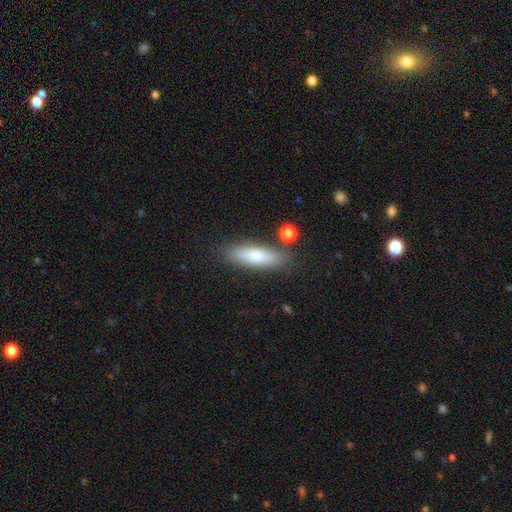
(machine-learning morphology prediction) smooth-or-featured: smooth: 71% | featured or disk: 22% | star or artifact: 7%
  how-rounded: cigar-shaped: 57% | in between: 41% | round: 2%
  merging: none: 81% | minor disturbance: 12% | merger: 4% | major disturbance: 3%